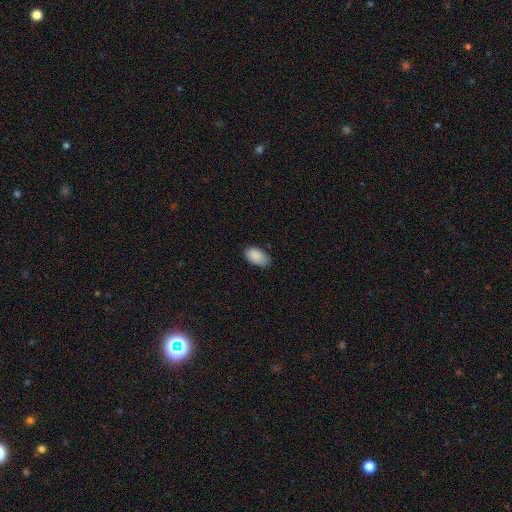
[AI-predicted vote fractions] smooth-or-featured: smooth: 89% | star or artifact: 7% | featured or disk: 4%
  how-rounded: in between: 94% | round: 4% | cigar-shaped: 2%
  merging: none: 76% | minor disturbance: 20% | major disturbance: 3% | merger: 1%